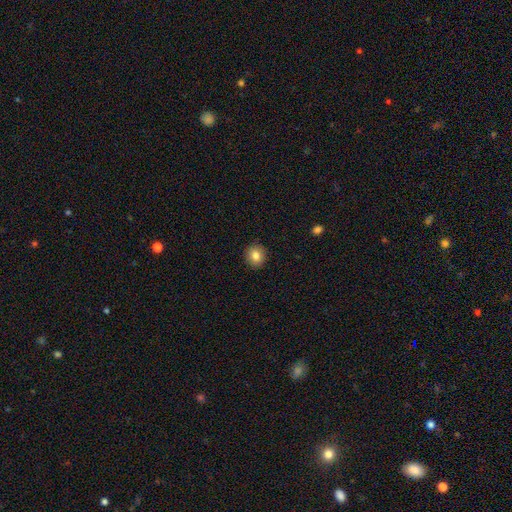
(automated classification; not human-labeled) Smooth or featured? smooth (83%)
How rounded? round (81%)
Merging? none (91%)